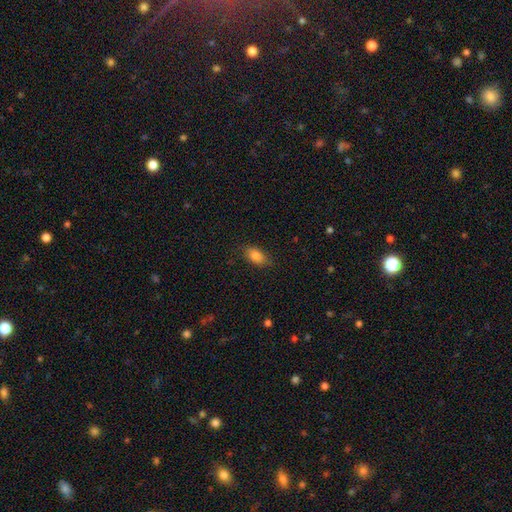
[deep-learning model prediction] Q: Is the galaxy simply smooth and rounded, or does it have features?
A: smooth — 85%.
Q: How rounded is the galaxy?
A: in between — 90%.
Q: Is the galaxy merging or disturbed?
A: none — 81%.